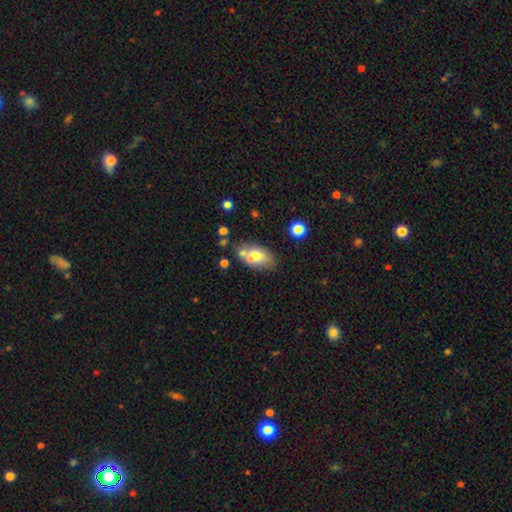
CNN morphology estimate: Smooth or featured? Predicted: smooth (p=0.65). How rounded? Predicted: in between (p=0.86). Merging? Predicted: none (p=0.50).